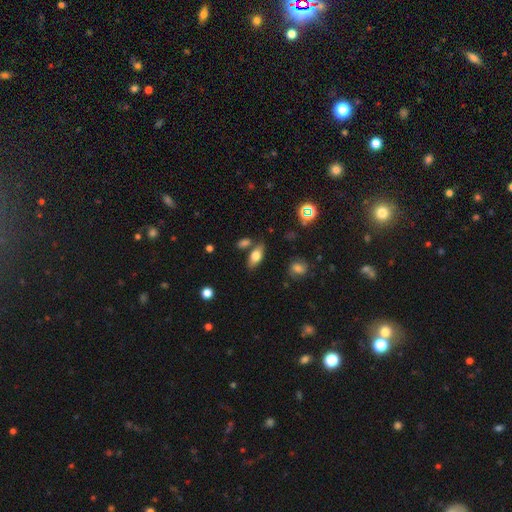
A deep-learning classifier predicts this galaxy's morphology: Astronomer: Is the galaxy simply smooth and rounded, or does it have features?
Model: smooth — 73%.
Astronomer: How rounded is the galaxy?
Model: in between — 84%.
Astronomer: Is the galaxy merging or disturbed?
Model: none — 73%.